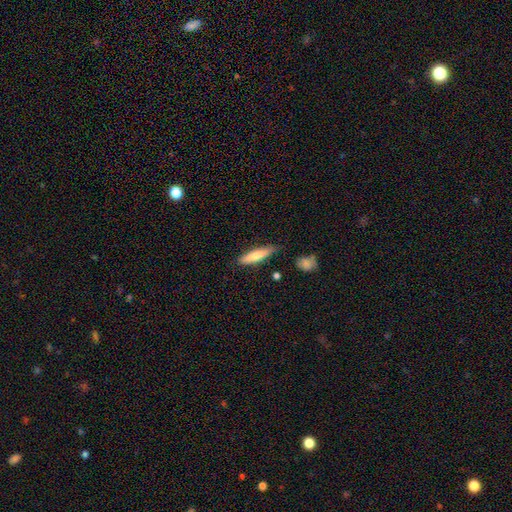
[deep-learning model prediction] Morphology: type=smooth (69%); roundness=cigar-shaped (76%); merging=none (81%).